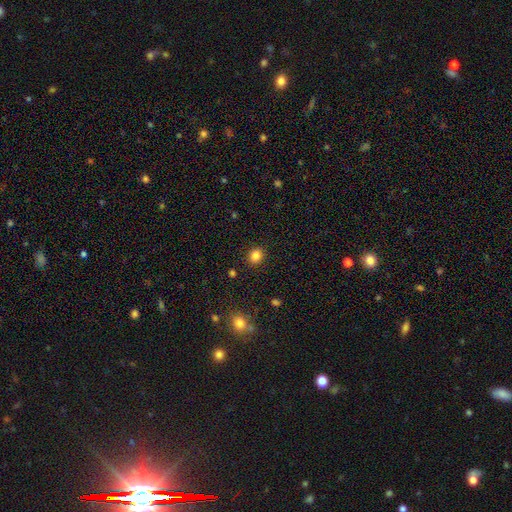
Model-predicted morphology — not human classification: This appears to be a smooth galaxy with no disk features (84%) that is round (69%). Merging: none (89%).